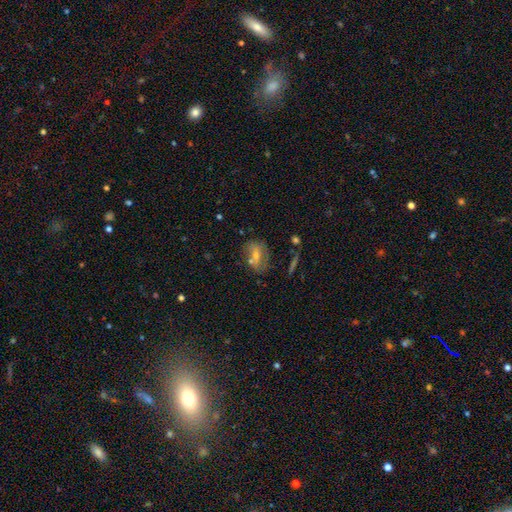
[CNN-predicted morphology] Smooth or featured? featured or disk (39%, tied with smooth)
Merging? none (65%)